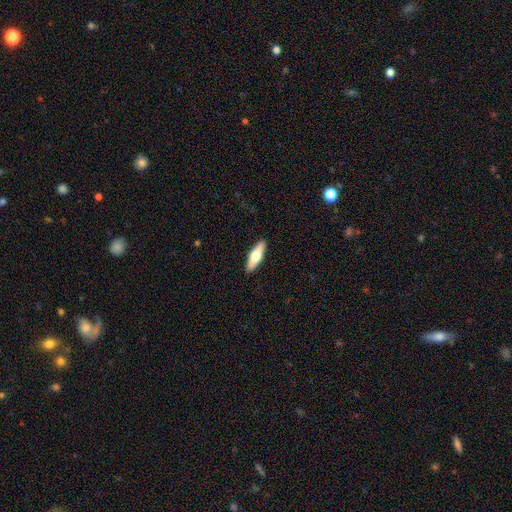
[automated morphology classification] Smooth or featured?
  - smooth: 53% *
  - featured or disk: 41%
  - star or artifact: 5%
How rounded?
  - cigar-shaped: 59% *
  - in between: 39%
  - round: 2%
Merging?
  - none: 91% *
  - minor disturbance: 7%
  - major disturbance: 1%
  - merger: 1%